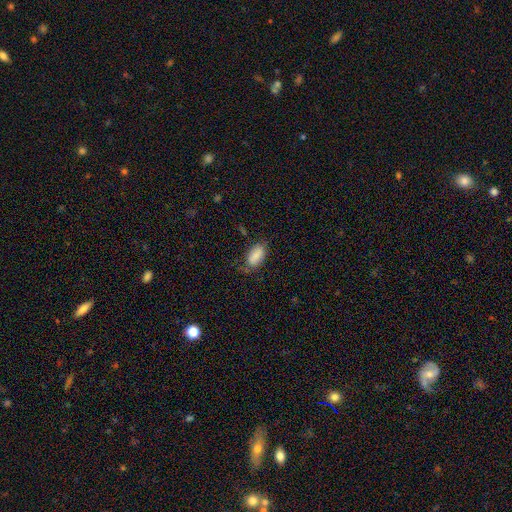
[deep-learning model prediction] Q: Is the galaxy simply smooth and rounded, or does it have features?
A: smooth — 85%.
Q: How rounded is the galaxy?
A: in between — 92%.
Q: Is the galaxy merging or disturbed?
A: none — 60%.